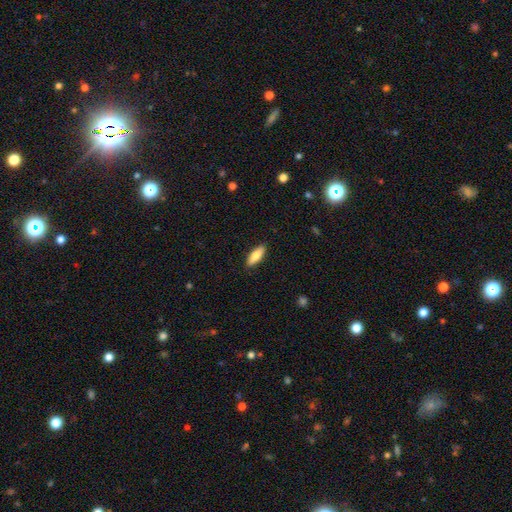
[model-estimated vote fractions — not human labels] Q: Smooth or featured?
A: smooth (79%); runner-up: featured or disk (15%)
Q: How rounded?
A: in between (59%); runner-up: cigar-shaped (39%)
Q: Merging?
A: none (89%); runner-up: minor disturbance (8%)